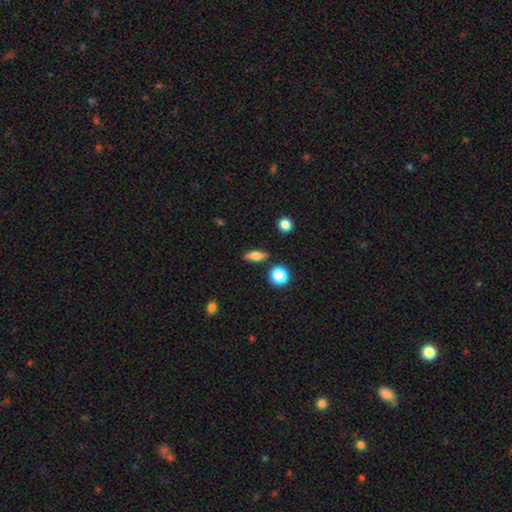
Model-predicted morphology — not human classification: This appears to be a smooth galaxy with no disk features (68%) that is in between round and cigar-shaped (63%). Merging: none (84%).